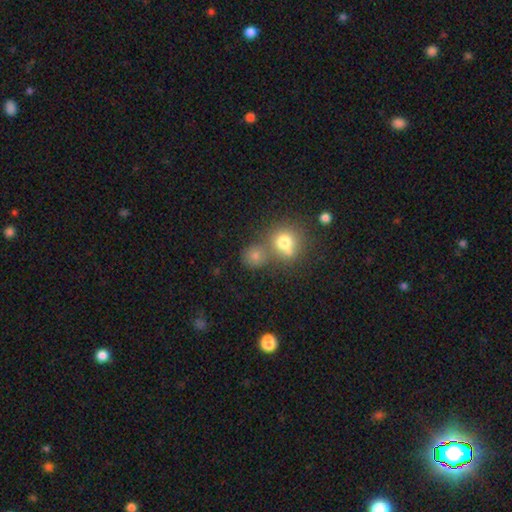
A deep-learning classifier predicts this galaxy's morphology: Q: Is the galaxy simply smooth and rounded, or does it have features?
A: smooth — 73%.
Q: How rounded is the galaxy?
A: round — 80%.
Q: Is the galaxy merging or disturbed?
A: none — 52%.